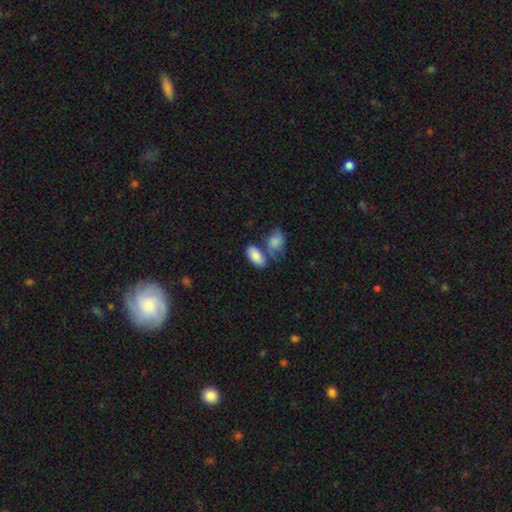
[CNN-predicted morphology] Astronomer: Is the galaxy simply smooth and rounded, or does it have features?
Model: smooth — 85%.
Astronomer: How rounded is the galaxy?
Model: in between — 93%.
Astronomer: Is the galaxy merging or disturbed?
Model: none — 47% (runner-up: merger, 34%).